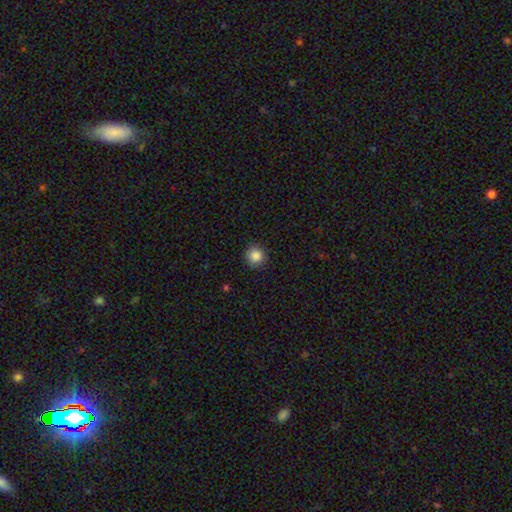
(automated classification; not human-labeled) A smooth galaxy with no disk features (87%) that is round (93%). Merging: none (90%).